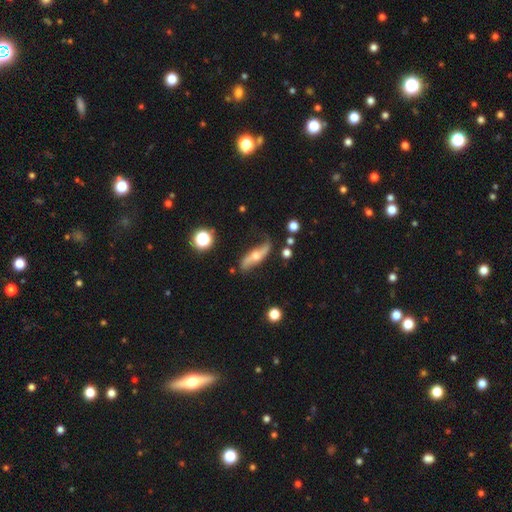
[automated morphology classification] Smooth or featured? featured or disk (73%)
Edge-on disk? no (67%)
Merging? none (66%)